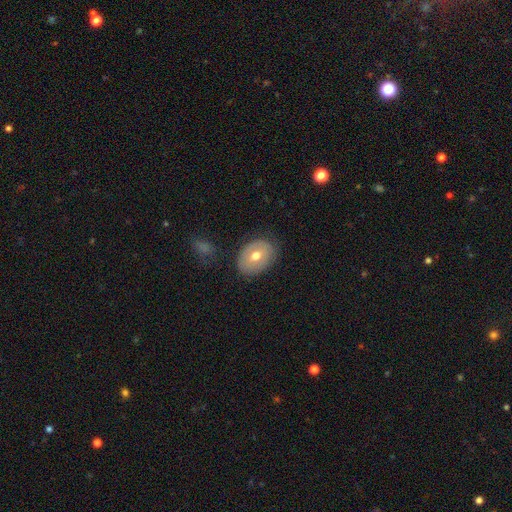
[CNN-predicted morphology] smooth-or-featured: smooth: 59% | featured or disk: 34% | star or artifact: 7%
  how-rounded: in between: 74% | round: 25% | cigar-shaped: 1%
  merging: none: 80% | minor disturbance: 15% | major disturbance: 4% | merger: 2%